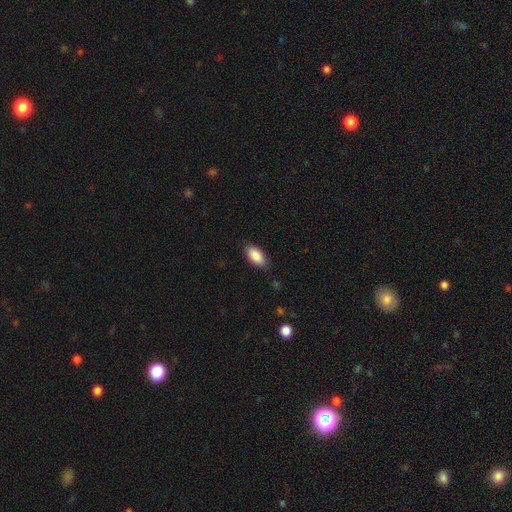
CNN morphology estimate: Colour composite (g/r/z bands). It shows a smooth galaxy with no disk features (88%) that is in between round and cigar-shaped (92%). Merging: none (84%).